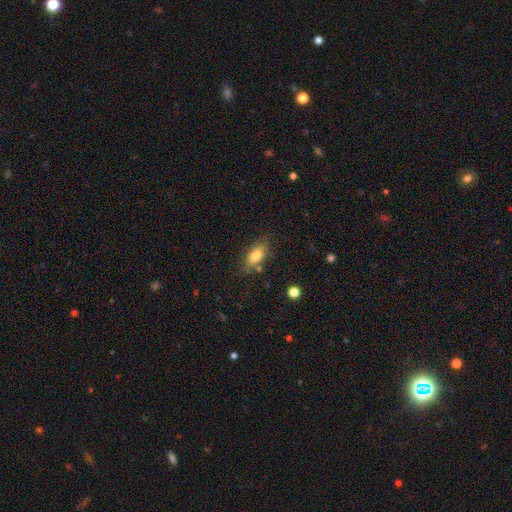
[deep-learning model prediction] Smooth or featured? Predicted: smooth (p=0.74). How rounded? Predicted: in between (p=0.81). Merging? Predicted: none (p=0.76).